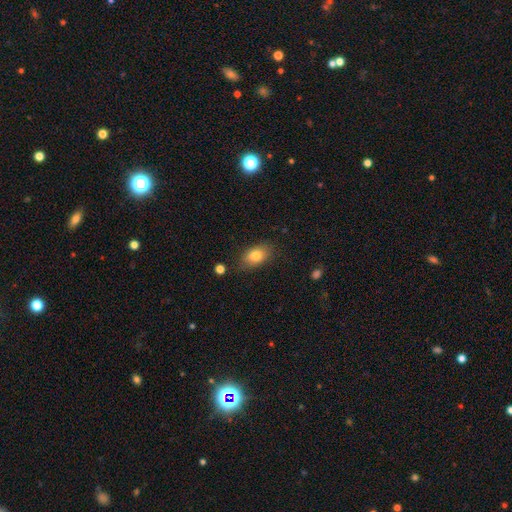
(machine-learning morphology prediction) Overall: smooth (81%). How rounded: in between (84%). Merging: none (80%).